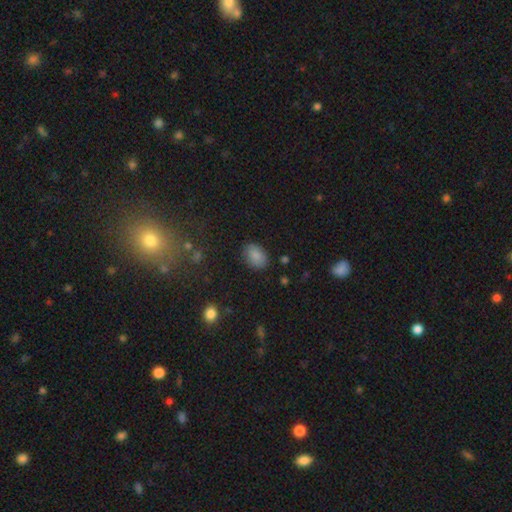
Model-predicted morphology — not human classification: Smooth or featured? Predicted: smooth (p=0.86). How rounded? Predicted: in between (p=0.84). Merging? Predicted: none (p=0.84).